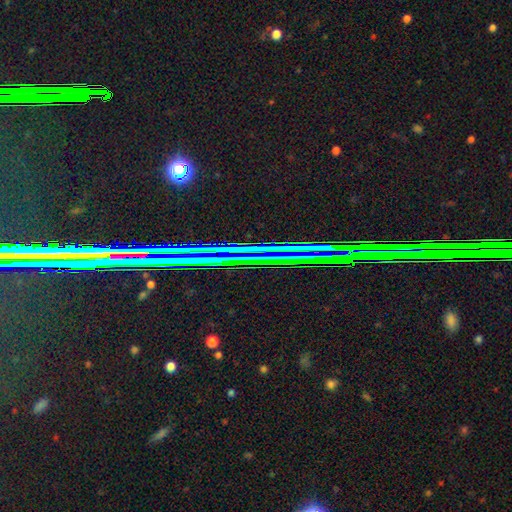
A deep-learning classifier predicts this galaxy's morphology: Overall: star or artifact (78%).